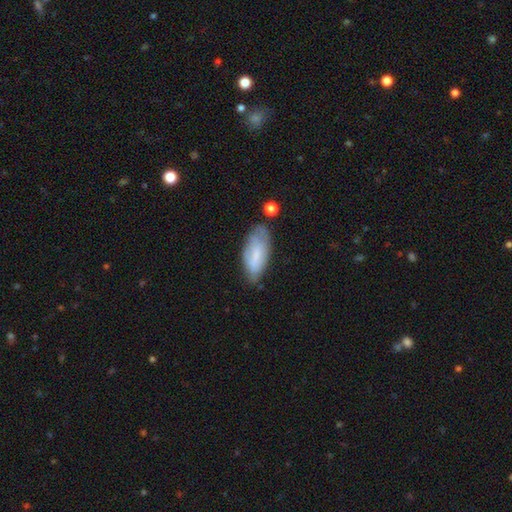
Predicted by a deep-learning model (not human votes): This appears to be a smooth galaxy with no disk features (65%) that is in between round and cigar-shaped (82%). Merging: none (55%).